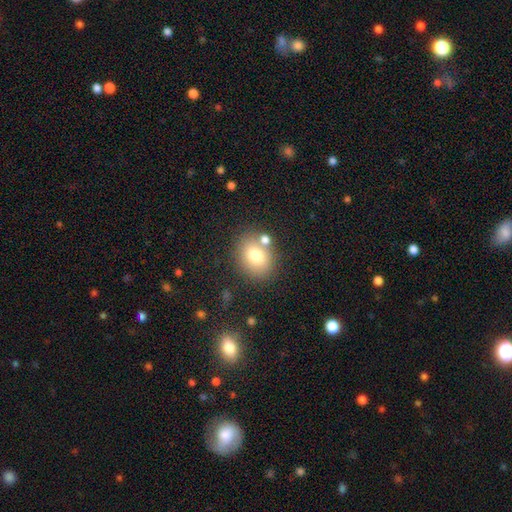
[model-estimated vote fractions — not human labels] This is likely a smooth galaxy (76%). How rounded: possibly round (52%). Merging: likely none (73%).